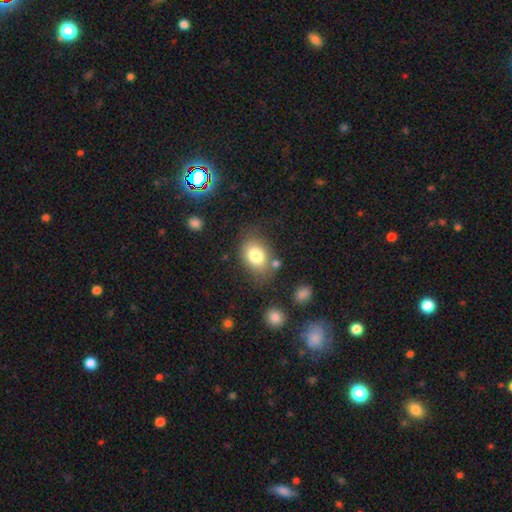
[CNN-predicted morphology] This is likely a smooth galaxy (79%). How rounded: likely in between (67%). Merging: likely none (69%).